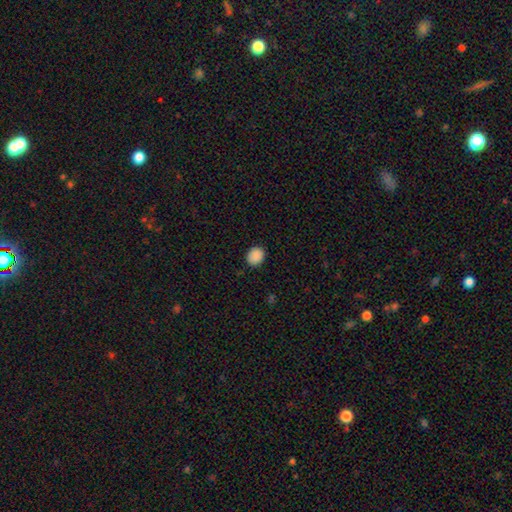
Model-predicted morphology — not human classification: This appears to be a smooth galaxy with no disk features (89%) that is round (61%). Merging: none (87%).